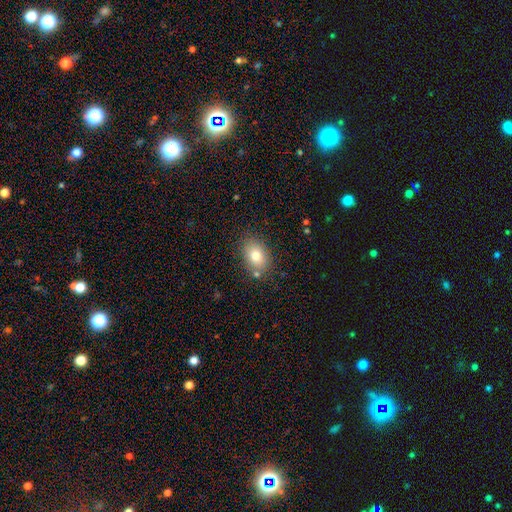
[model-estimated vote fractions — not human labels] Smooth or featured: smooth — 78% (featured or disk — 13%)
How rounded: in between — 77% (round — 22%)
Merging: none — 80% (minor disturbance — 12%)